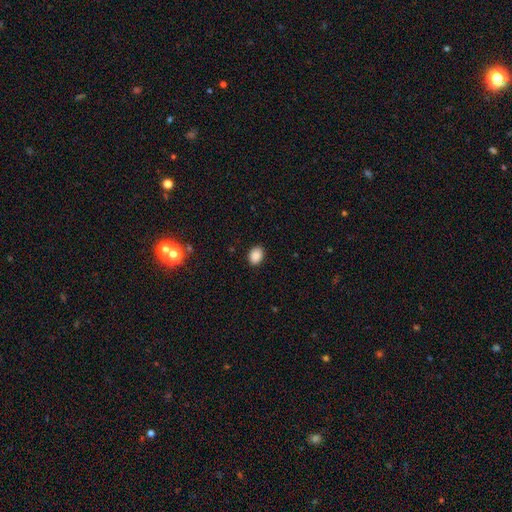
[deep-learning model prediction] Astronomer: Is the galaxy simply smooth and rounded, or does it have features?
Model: smooth — 89%.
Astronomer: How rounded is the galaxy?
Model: in between — 72%.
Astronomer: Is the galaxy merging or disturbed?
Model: none — 88%.